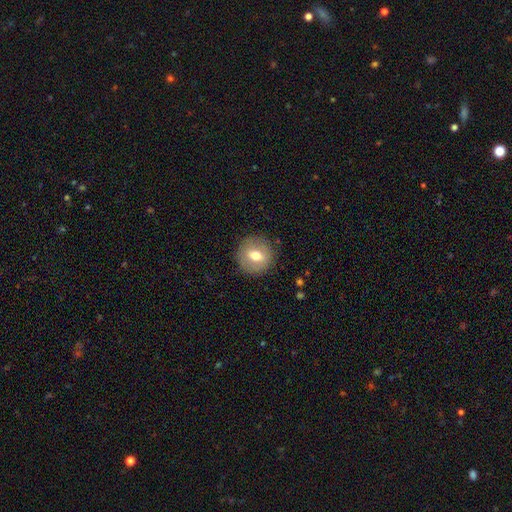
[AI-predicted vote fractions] A smooth galaxy with no disk features (61%) that is round (88%).

Vote fractions:
- Smooth or featured? smooth: 61% / featured or disk: 31% / star or artifact: 8%
- How rounded? round: 88% / in between: 11% / cigar-shaped: 1%
- Merging? none: 86% / minor disturbance: 10% / major disturbance: 3% / merger: 1%